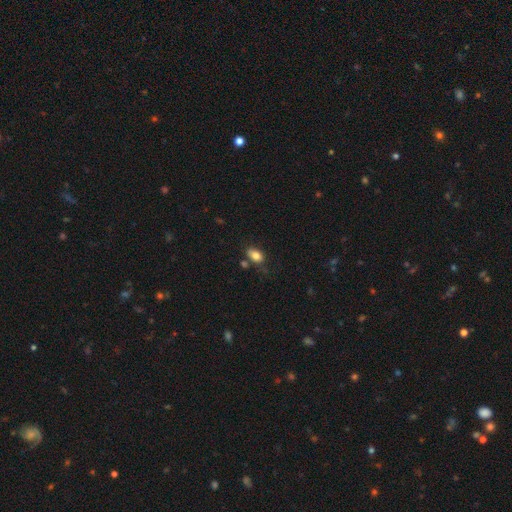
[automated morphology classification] Q: Smooth or featured?
A: smooth (82%); runner-up: featured or disk (9%)
Q: How rounded?
A: in between (87%); runner-up: round (12%)
Q: Merging?
A: none (66%); runner-up: minor disturbance (19%)